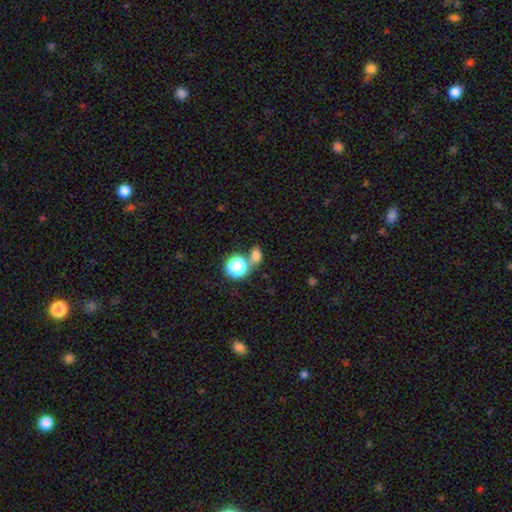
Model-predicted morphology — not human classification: A smooth galaxy with no disk features (71%) that is in between round and cigar-shaped (60%).

Vote fractions:
- Smooth or featured? smooth: 71% / star or artifact: 20% / featured or disk: 9%
- How rounded? in between: 60% / round: 38% / cigar-shaped: 2%
- Merging? none: 54% / merger: 29% / minor disturbance: 11% / major disturbance: 5%